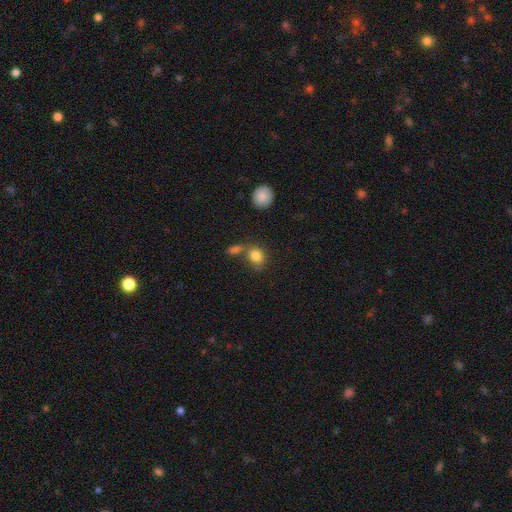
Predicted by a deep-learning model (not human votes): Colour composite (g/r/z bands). It shows a smooth galaxy with no disk features (83%) that is round (58%). Merging: none (54%).